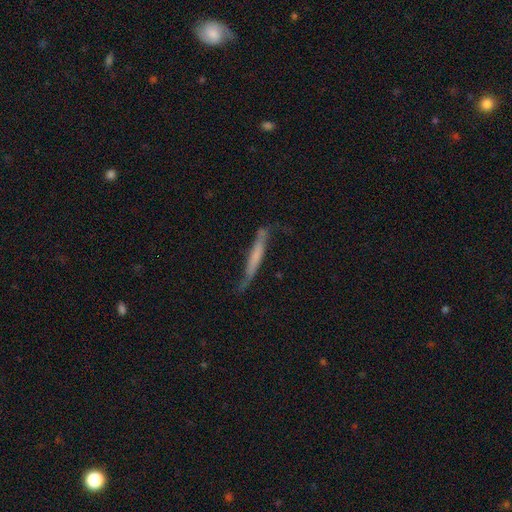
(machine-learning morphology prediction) Q: Smooth or featured?
A: featured or disk (51%); runner-up: smooth (42%)
Q: Edge-on disk?
A: yes (82%); runner-up: no (18%)
Q: Merging?
A: none (55%); runner-up: minor disturbance (30%)